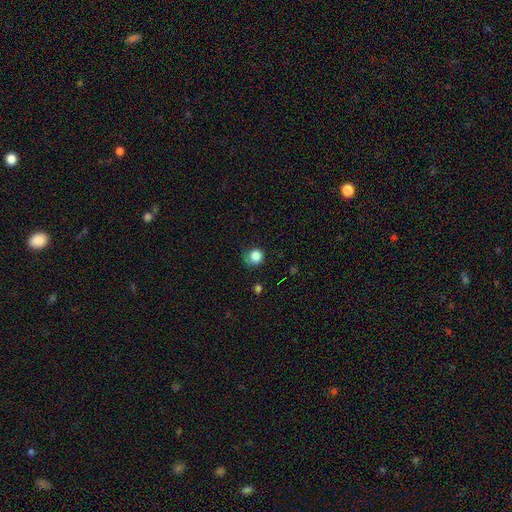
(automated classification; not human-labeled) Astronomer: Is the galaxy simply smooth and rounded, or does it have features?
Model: smooth — 85%.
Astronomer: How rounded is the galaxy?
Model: round — 85%.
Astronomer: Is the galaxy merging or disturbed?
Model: none — 66%.